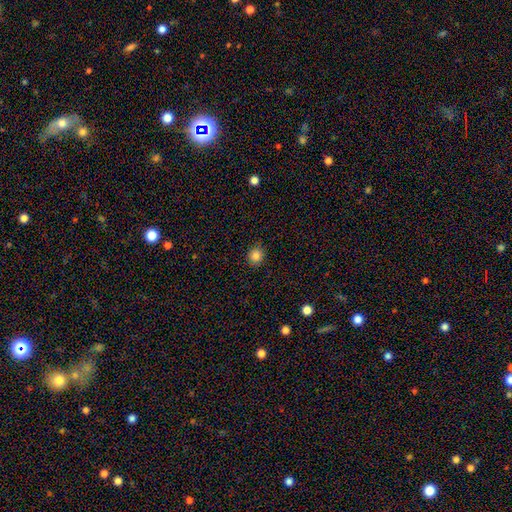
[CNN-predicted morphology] smooth_or_featured: smooth (p=0.85) [alt: star or artifact p=0.11]
how_rounded: round (p=0.81) [alt: in between p=0.18]
merging: none (p=0.88) [alt: minor disturbance p=0.09]